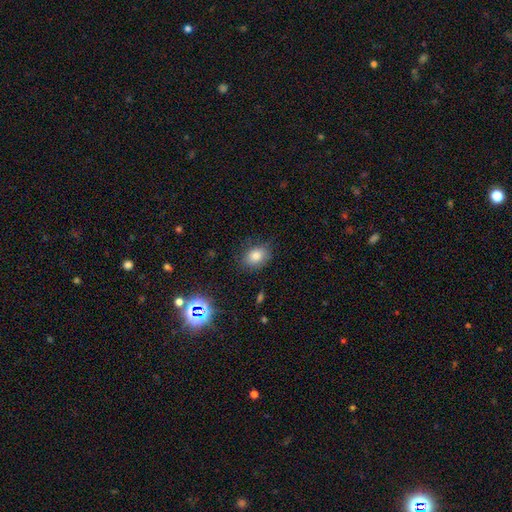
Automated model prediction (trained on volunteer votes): smooth-or-featured: smooth: 80% | star or artifact: 12% | featured or disk: 8%
  how-rounded: in between: 65% | round: 34% | cigar-shaped: 1%
  merging: none: 80% | minor disturbance: 14% | major disturbance: 4% | merger: 1%